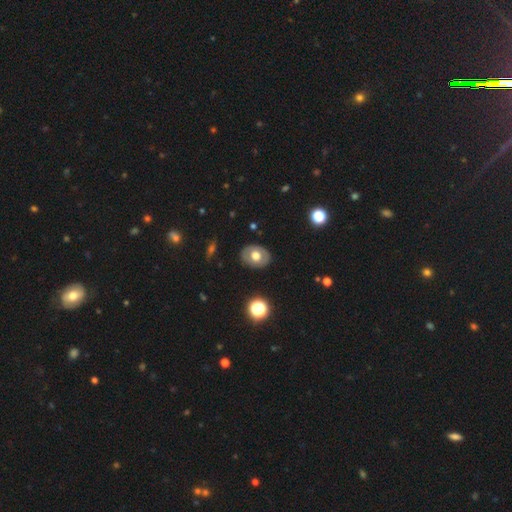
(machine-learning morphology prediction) Q: Smooth or featured?
A: smooth (56%); runner-up: featured or disk (36%)
Q: How rounded?
A: in between (61%); runner-up: round (38%)
Q: Merging?
A: none (85%); runner-up: minor disturbance (10%)